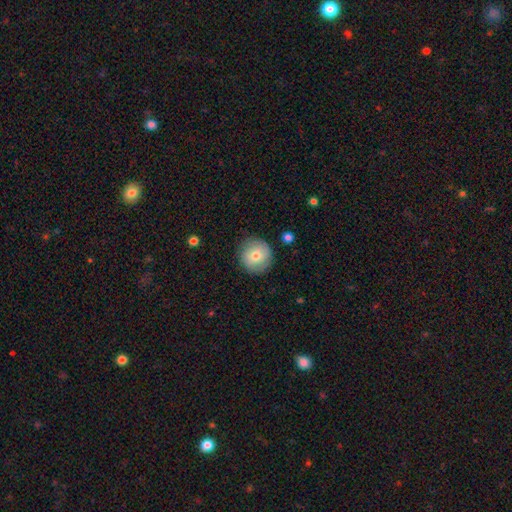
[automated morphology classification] The model was most divided on "smooth or featured": smooth: 70%, featured or disk: 22%, star or artifact: 8%. More confident: how rounded — round (94%); merging — none (85%).